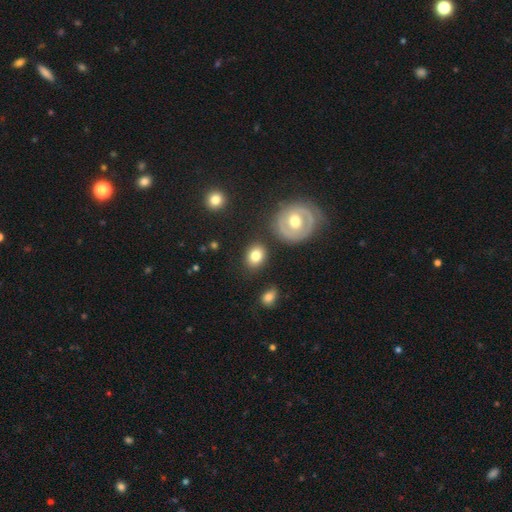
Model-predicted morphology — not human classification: Smooth or featured: smooth — 79% (featured or disk — 12%)
How rounded: round — 51% (in between — 48%)
Merging: none — 82% (minor disturbance — 10%)